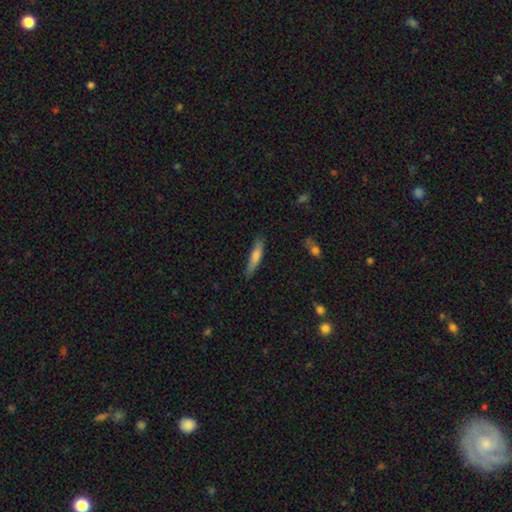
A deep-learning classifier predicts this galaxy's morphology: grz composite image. It shows a smooth galaxy with no disk features (57%) that is cigar-shaped (87%). Merging: none (82%).